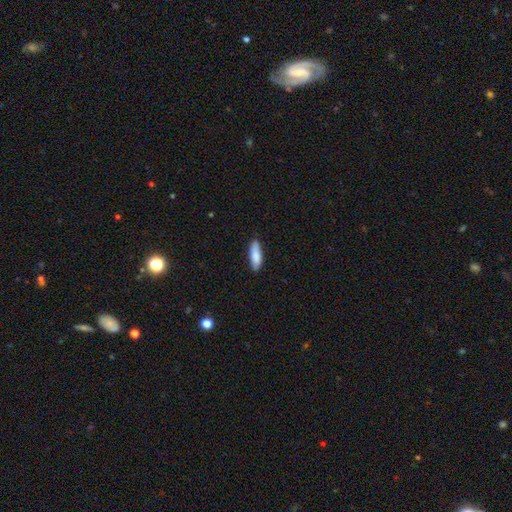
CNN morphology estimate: smooth 84%, featured or disk 11%, star or artifact 6%. Down the decision tree: how rounded — in between (50%); merging — none (86%).